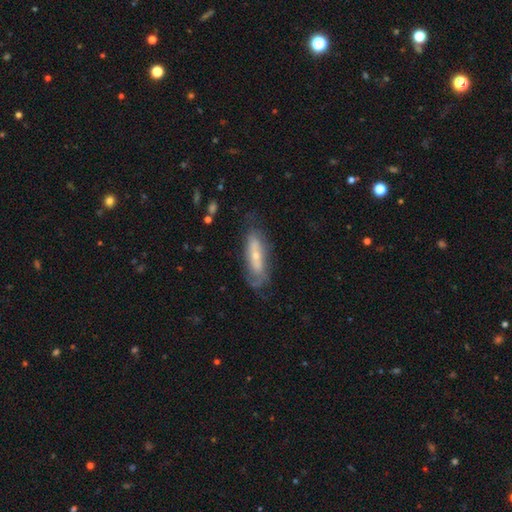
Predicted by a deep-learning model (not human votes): Smooth or featured?
  - featured or disk: 56% *
  - smooth: 36%
  - star or artifact: 8%
Edge-on disk?
  - no: 69% *
  - yes: 31%
Merging?
  - none: 60% *
  - minor disturbance: 24%
  - major disturbance: 12%
  - merger: 3%